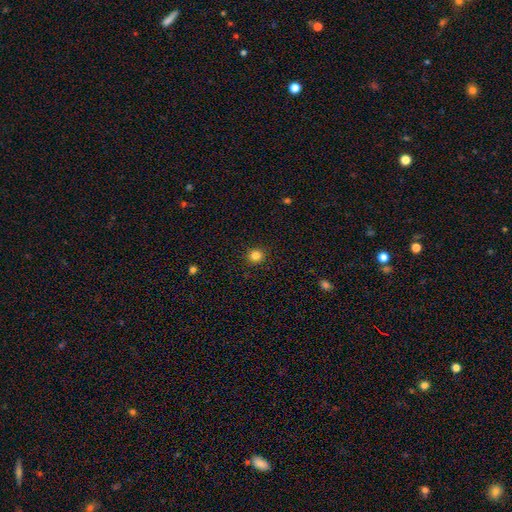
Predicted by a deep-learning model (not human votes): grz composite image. It shows a smooth galaxy with no disk features (84%) that is round (86%). Merging: none (91%).